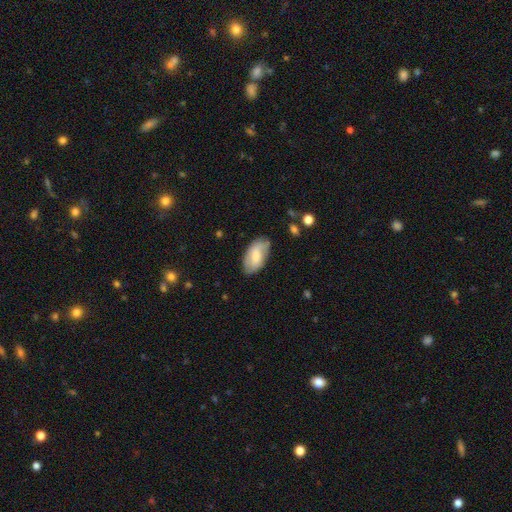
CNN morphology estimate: smooth 59%, featured or disk 34%, star or artifact 6%. Down the decision tree: how rounded — in between (94%); merging — none (74%).